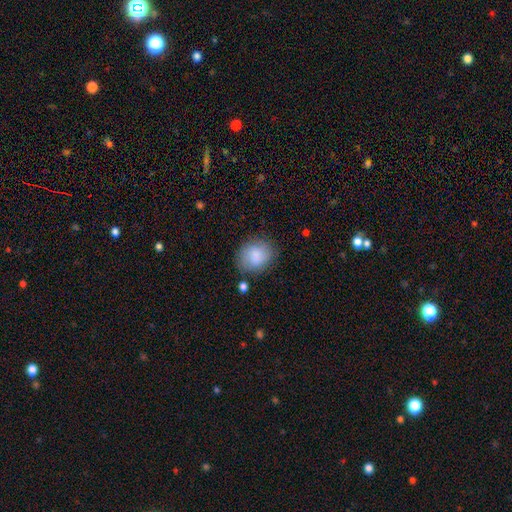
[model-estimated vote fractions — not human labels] Smooth or featured: smooth — 82% (featured or disk — 11%)
How rounded: round — 58% (in between — 41%)
Merging: none — 76% (minor disturbance — 16%)